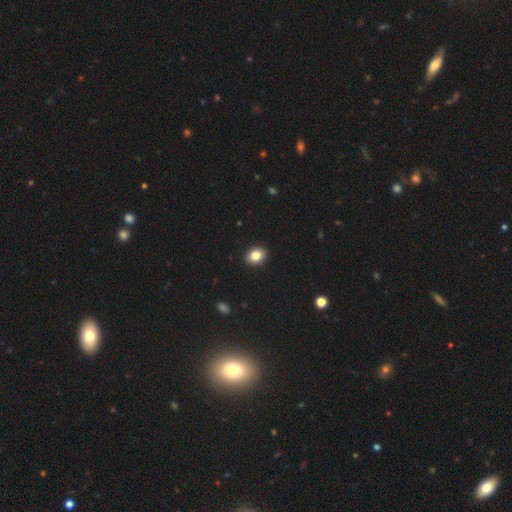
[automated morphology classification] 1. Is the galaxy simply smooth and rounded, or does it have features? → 84% smooth, 9% star or artifact, 7% featured or disk.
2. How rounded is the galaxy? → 67% in between, 32% round, 1% cigar-shaped.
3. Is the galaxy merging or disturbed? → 91% none, 6% minor disturbance, 2% major disturbance, 1% merger.